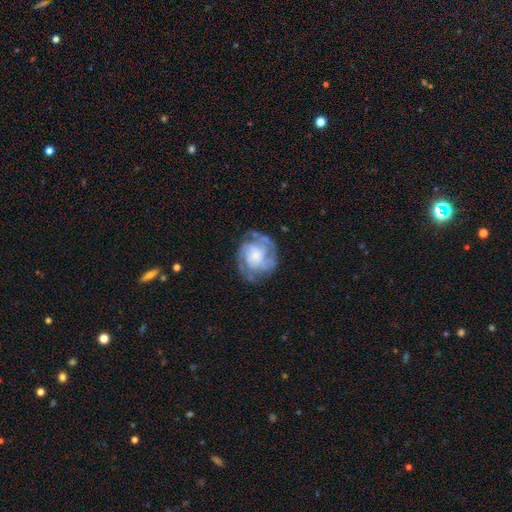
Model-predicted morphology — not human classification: Smooth or featured: featured or disk — 73% (smooth — 20%)
Edge-on disk: no — 98% (yes — 2%)
Bar: no — 76% (weak — 19%)
Spiral arms: yes — 85% (no — 15%)
Spiral winding: tight — 53% (medium — 35%)
Spiral arm count: can't tell — 34% (2 — 27%)
Bulge size: small — 52% (moderate — 23%)
Merging: none — 65% (minor disturbance — 20%)